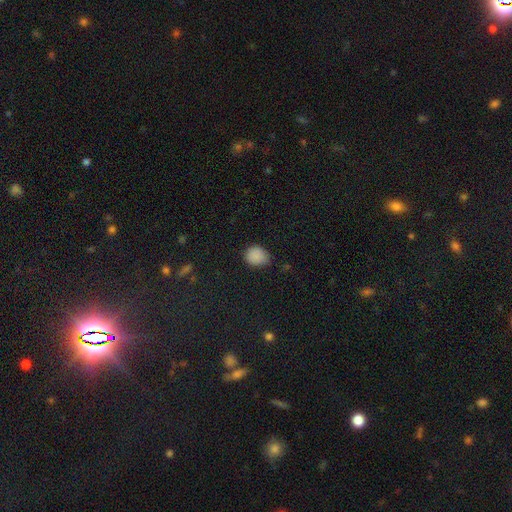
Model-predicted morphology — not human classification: This appears to be a smooth galaxy with no disk features (85%) that is round (65%). Merging: none (65%).